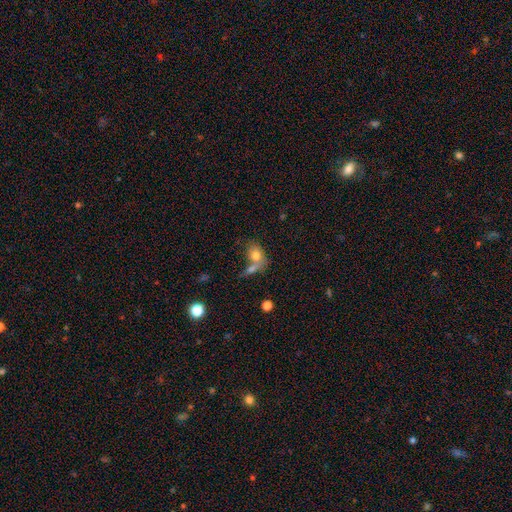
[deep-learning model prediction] smooth 76%, featured or disk 15%, star or artifact 9%. Down the decision tree: how rounded — in between (72%); merging — merger (46%).